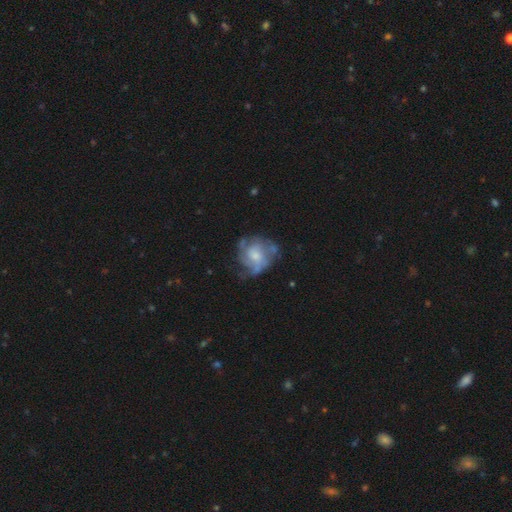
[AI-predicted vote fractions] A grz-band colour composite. It shows a featured or disk galaxy (67%) with no bar (73%), medium (42%) spiral arms (77%) and a moderate central bulge (43%). Merging: none (57%).